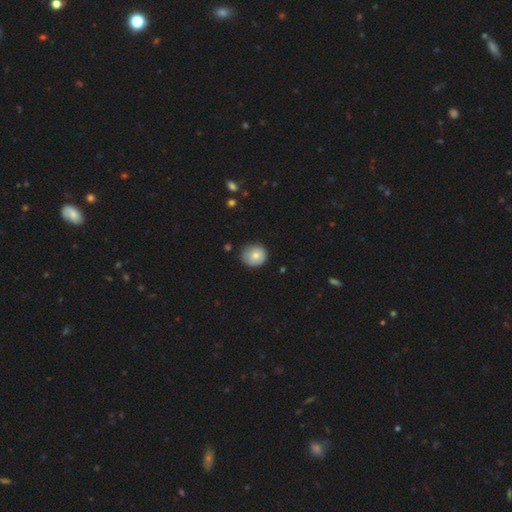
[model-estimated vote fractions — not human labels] The model was most divided on "smooth or featured": smooth: 73%, featured or disk: 18%, star or artifact: 9%. More confident: how rounded — round (85%); merging — none (75%).